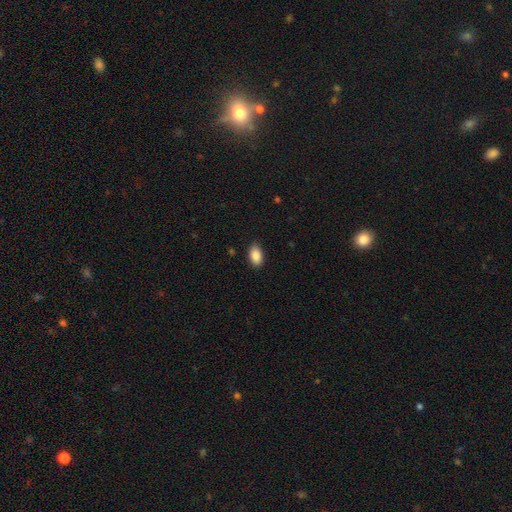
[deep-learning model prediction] This is clearly a smooth galaxy (89%). How rounded: clearly in between (93%). Merging: clearly none (86%).